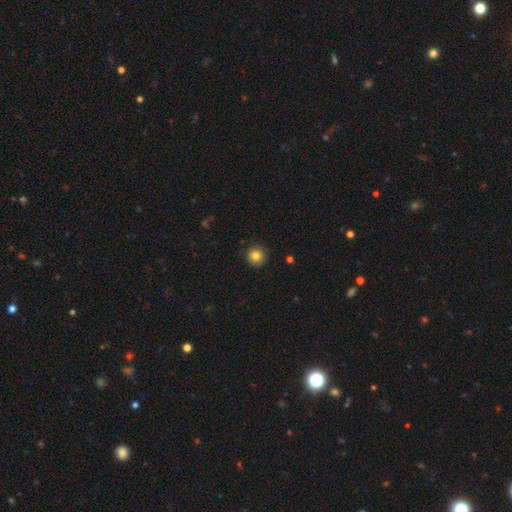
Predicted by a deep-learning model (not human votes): Smooth or featured? Predicted: smooth (p=0.83). How rounded? Predicted: round (p=0.95). Merging? Predicted: none (p=0.91).